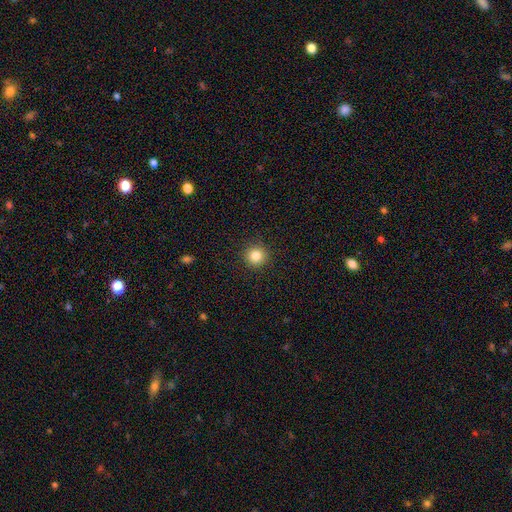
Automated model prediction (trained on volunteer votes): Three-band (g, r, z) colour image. It shows a smooth galaxy with no disk features (83%) that is round (95%). Merging: none (92%).